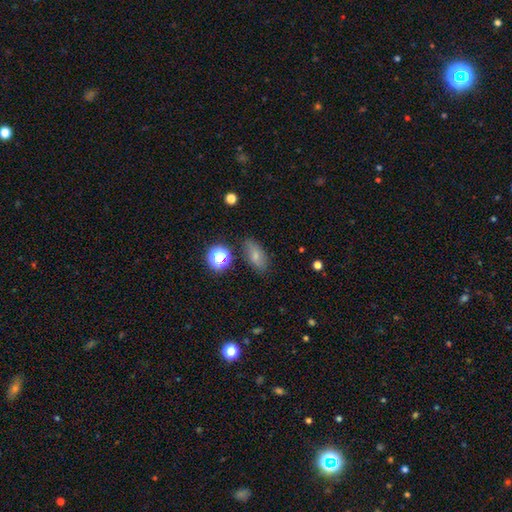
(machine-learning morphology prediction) Smooth or featured? smooth (70%)
How rounded? in between (82%)
Merging? none (79%)